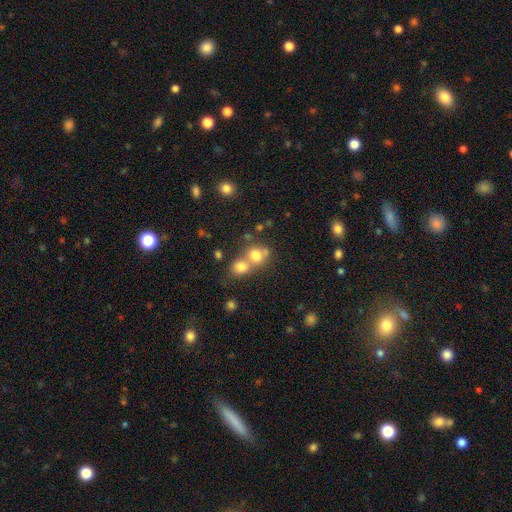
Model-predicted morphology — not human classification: Overall: smooth (75%). How rounded: round (77%). Merging: merger (54%; none 36%).